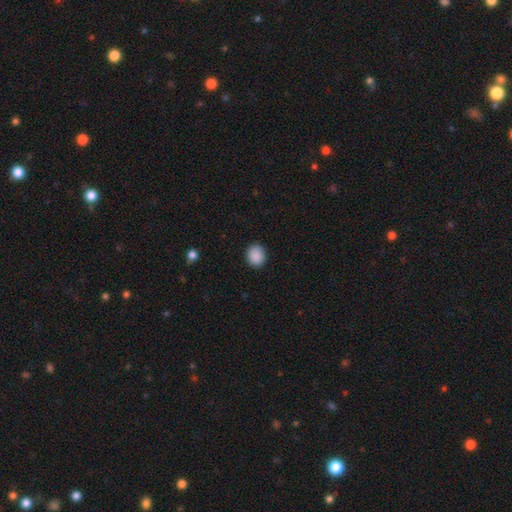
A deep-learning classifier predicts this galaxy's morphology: Smooth or featured?
  - smooth: 89% *
  - star or artifact: 8%
  - featured or disk: 2%
How rounded?
  - round: 66% *
  - in between: 33%
  - cigar-shaped: 1%
Merging?
  - none: 90% *
  - minor disturbance: 7%
  - major disturbance: 2%
  - merger: 1%